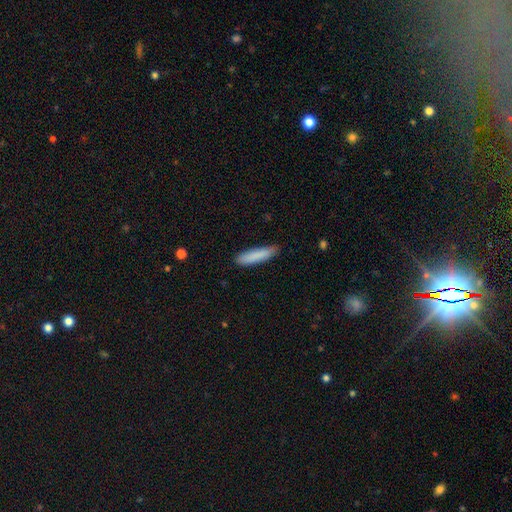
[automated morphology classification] smooth-or-featured: smooth: 86% | featured or disk: 8% | star or artifact: 6%
  how-rounded: cigar-shaped: 81% | in between: 18% | round: 1%
  merging: none: 84% | minor disturbance: 13% | major disturbance: 2% | merger: 1%